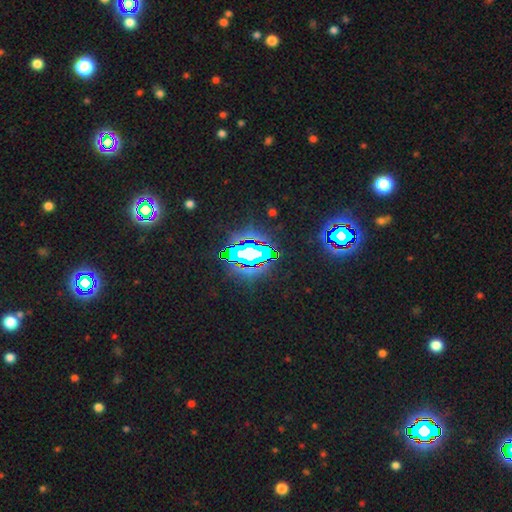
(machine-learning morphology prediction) Q: Smooth or featured?
A: star or artifact (78%); runner-up: smooth (12%)